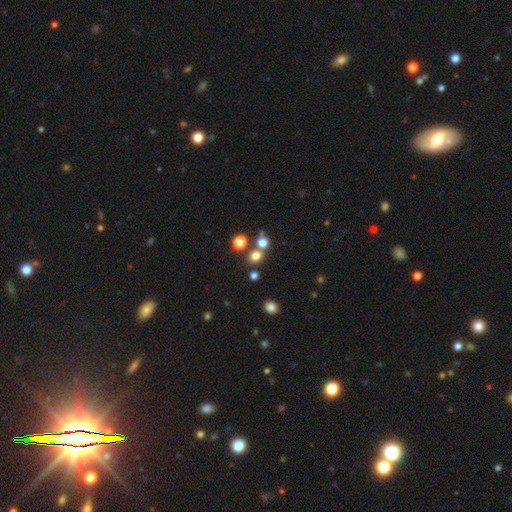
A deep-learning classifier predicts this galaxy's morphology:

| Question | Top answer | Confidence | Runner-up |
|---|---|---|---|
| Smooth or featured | smooth | 73% | star or artifact (20%) |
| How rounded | round | 78% | in between (21%) |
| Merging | none | 67% | merger (22%) |